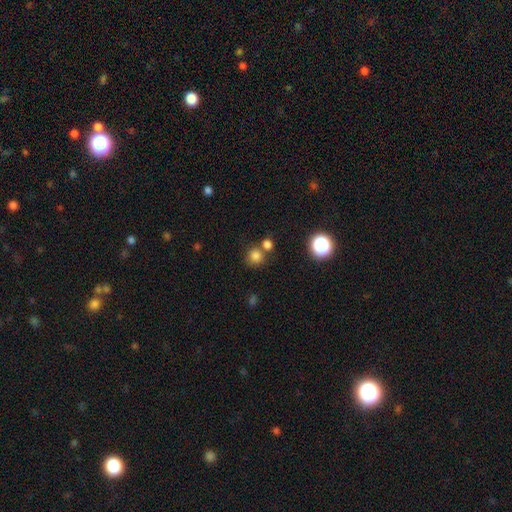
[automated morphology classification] The model was most divided on "merging": none: 62%, merger: 26%, minor disturbance: 8%, major disturbance: 3%. More confident: how rounded — round (88%); smooth or featured — smooth (79%).